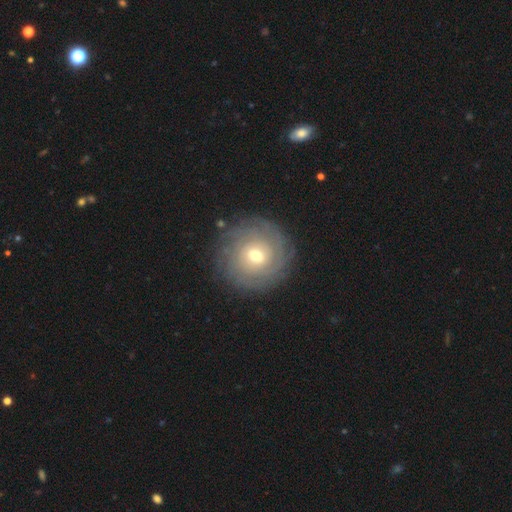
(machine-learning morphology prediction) A featured or disk galaxy (70%) with no bar (50%), tight (81%) spiral arms (87%) and a moderate central bulge (51%). Merging: none (84%).